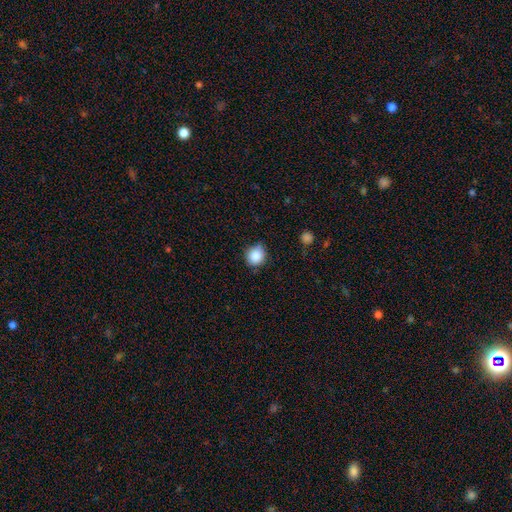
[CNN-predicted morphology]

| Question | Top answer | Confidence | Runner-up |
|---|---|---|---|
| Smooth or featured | smooth | 86% | star or artifact (9%) |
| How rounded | round | 88% | in between (11%) |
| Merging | none | 77% | minor disturbance (18%) |